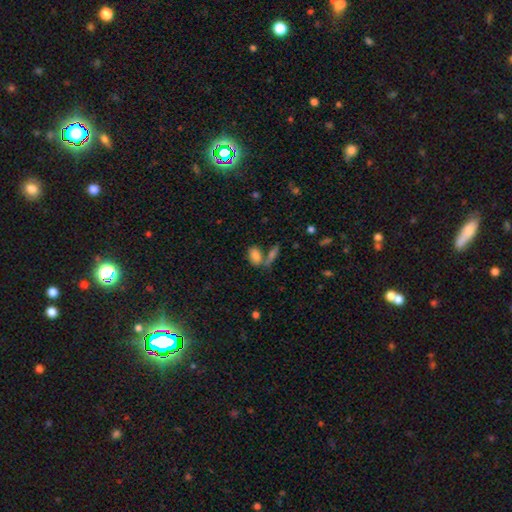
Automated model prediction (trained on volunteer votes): Smooth or featured: smooth — 81% (featured or disk — 10%)
How rounded: in between — 88% (round — 7%)
Merging: none — 47% (merger — 38%)